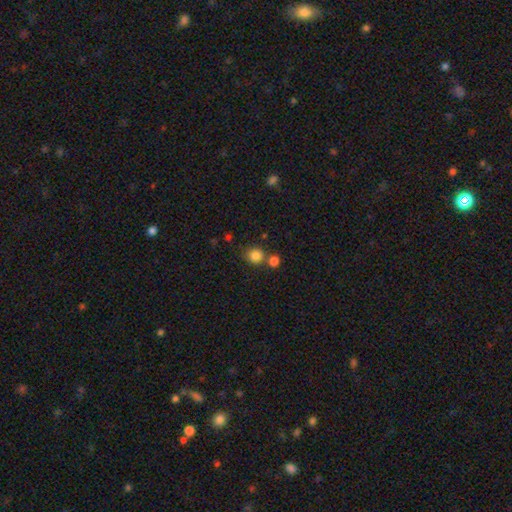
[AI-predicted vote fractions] smooth-or-featured: smooth: 83% | star or artifact: 12% | featured or disk: 5%
  how-rounded: round: 88% | in between: 11% | cigar-shaped: 1%
  merging: none: 67% | merger: 21% | minor disturbance: 9% | major disturbance: 3%